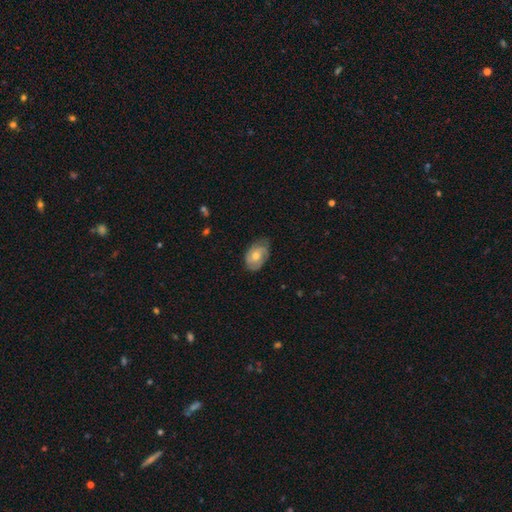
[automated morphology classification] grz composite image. It shows a featured or disk galaxy (63%) with no bar (71%), 2 (47%) tight (57%) spiral arms (83%) and a moderate central bulge (65%). Merging: none (67%).